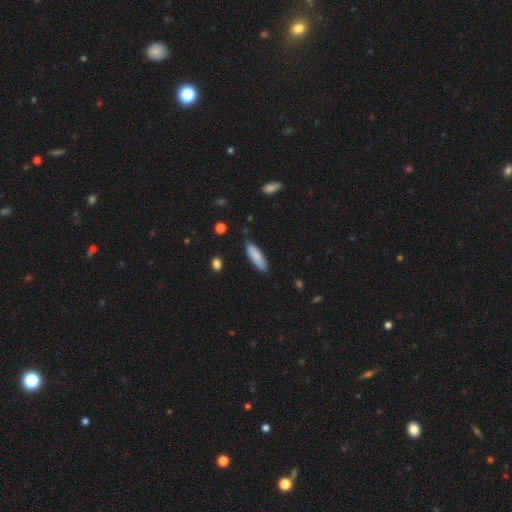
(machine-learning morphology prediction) type=smooth (83%); roundness=in between (50%); merging=none (82%).